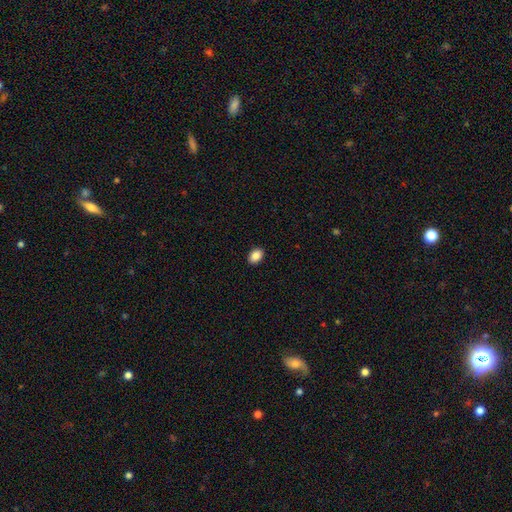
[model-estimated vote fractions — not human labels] smooth-or-featured: smooth: 88% | star or artifact: 8% | featured or disk: 4%
  how-rounded: in between: 79% | round: 20% | cigar-shaped: 1%
  merging: none: 91% | minor disturbance: 6% | major disturbance: 2% | merger: 1%